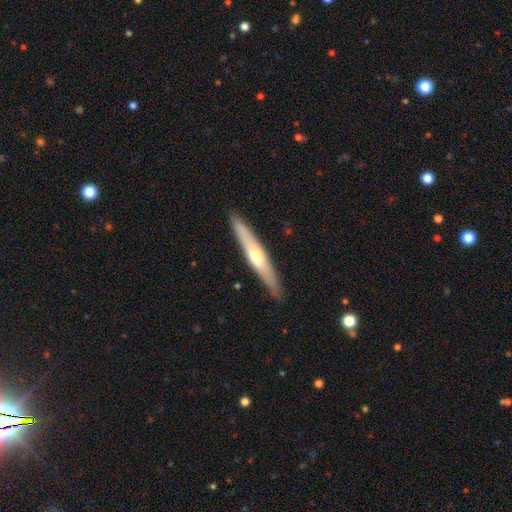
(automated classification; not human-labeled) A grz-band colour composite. It shows a featured or disk galaxy (56%) viewed edge-on (94%) with a rounded central bulge (80%). Merging: none (90%).